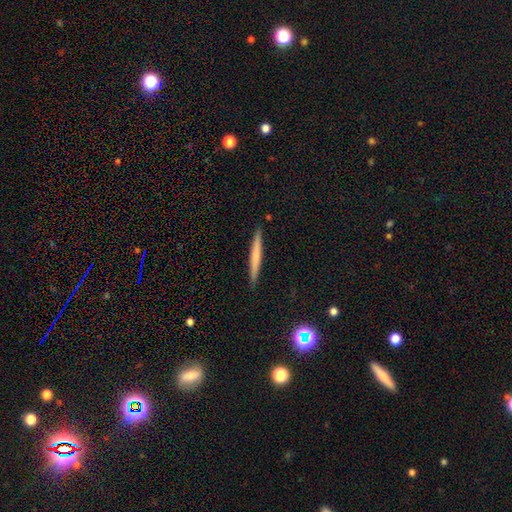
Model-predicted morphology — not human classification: smooth 61%, featured or disk 33%, star or artifact 6%. Down the decision tree: how rounded — cigar-shaped (96%); merging — none (91%).